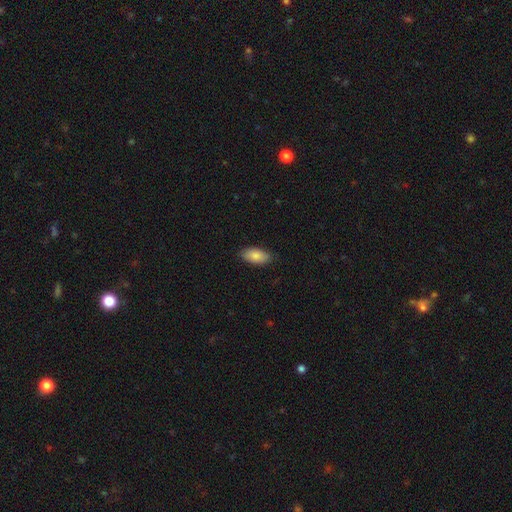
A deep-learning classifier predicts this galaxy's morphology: smooth-or-featured: smooth: 85% | featured or disk: 9% | star or artifact: 6%
  how-rounded: in between: 92% | cigar-shaped: 5% | round: 2%
  merging: none: 87% | minor disturbance: 10% | major disturbance: 2% | merger: 1%